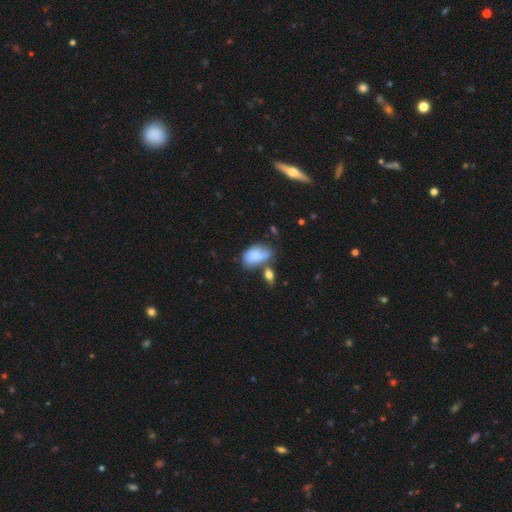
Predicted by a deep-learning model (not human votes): Q: Smooth or featured?
A: smooth (79%); runner-up: featured or disk (14%)
Q: How rounded?
A: in between (90%); runner-up: round (7%)
Q: Merging?
A: none (35%); runner-up: minor disturbance (28%)